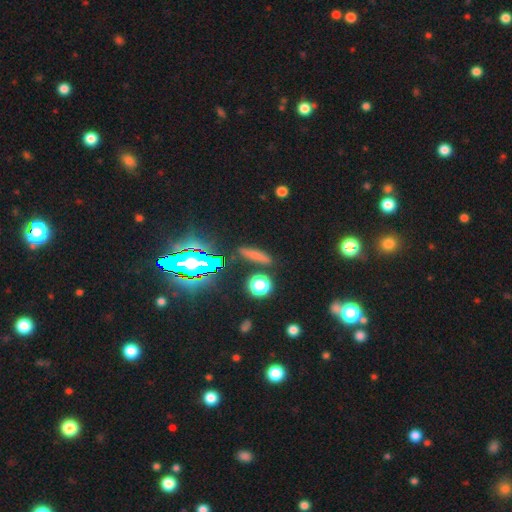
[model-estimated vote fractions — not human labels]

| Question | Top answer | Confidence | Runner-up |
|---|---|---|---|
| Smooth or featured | smooth | 62% | star or artifact (22%) |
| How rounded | cigar-shaped | 77% | in between (16%) |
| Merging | none | 85% | minor disturbance (9%) |